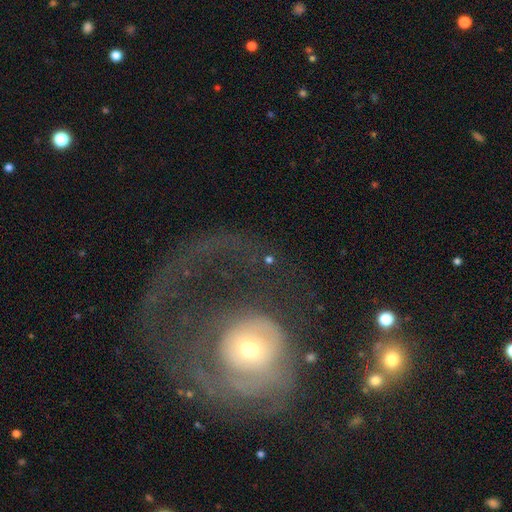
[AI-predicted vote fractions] Morphology: type=featured or disk (57%); edge-on=no (96%); bar=no (78%); spiral arms=yes (56%); bulge=moderate (50%); merging=major disturbance (59%).